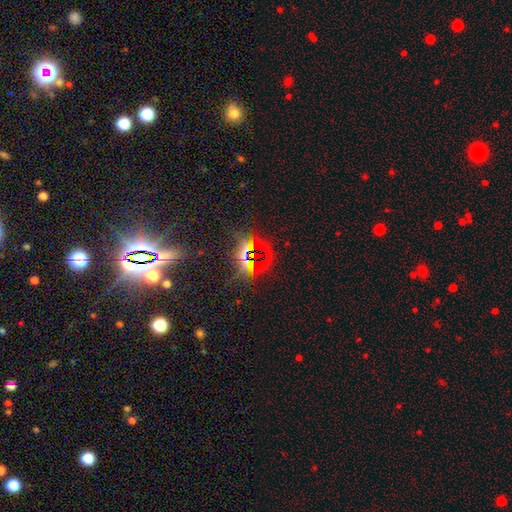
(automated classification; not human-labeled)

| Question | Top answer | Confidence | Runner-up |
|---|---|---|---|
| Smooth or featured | star or artifact | 76% | smooth (15%) |